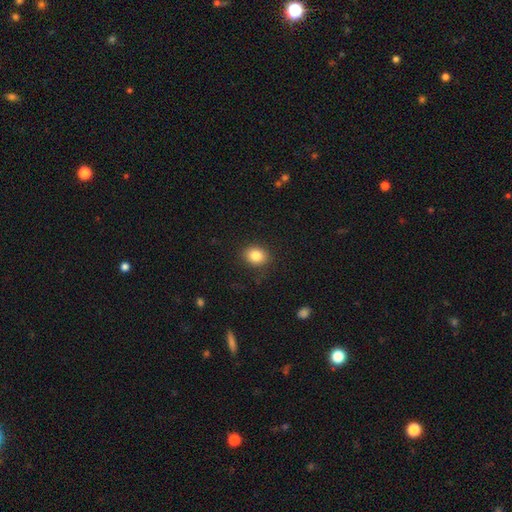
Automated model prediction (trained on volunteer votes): This appears to be a smooth galaxy with no disk features (83%) that is round (55%). Merging: none (87%).